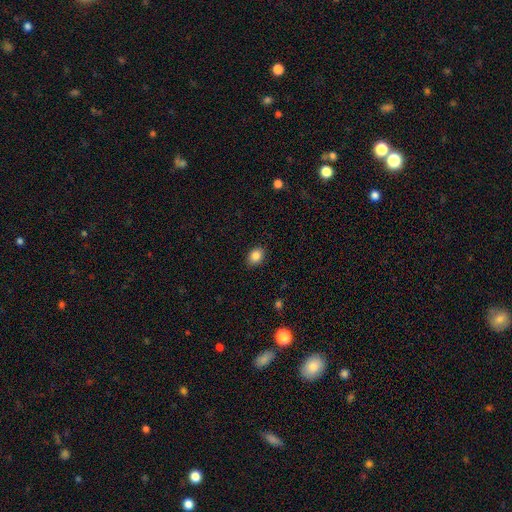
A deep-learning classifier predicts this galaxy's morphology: The model was most divided on "how rounded": in between: 66%, round: 33%, cigar-shaped: 1%. More confident: merging — none (87%); smooth or featured — smooth (87%).